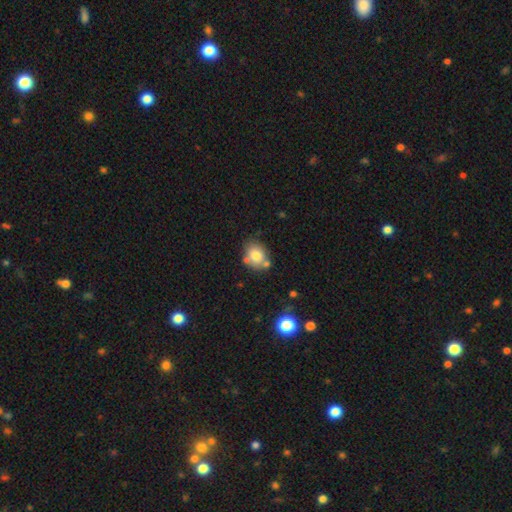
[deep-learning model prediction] Overall: smooth (76%). How rounded: round (50%; in between 49%). Merging: none (62%).